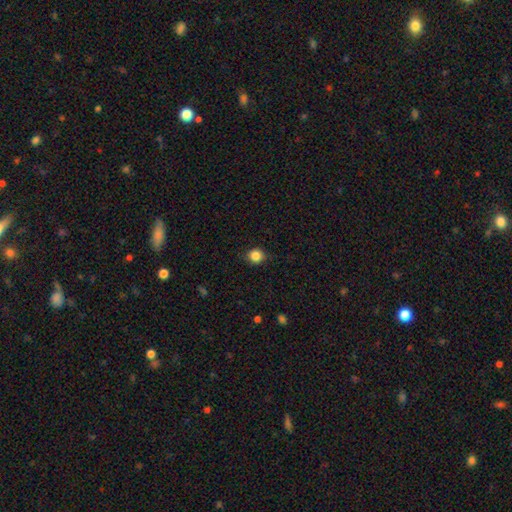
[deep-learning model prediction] smooth-or-featured: smooth: 85% | star or artifact: 11% | featured or disk: 4%
  how-rounded: round: 88% | in between: 11% | cigar-shaped: 1%
  merging: none: 87% | minor disturbance: 10% | major disturbance: 2% | merger: 1%